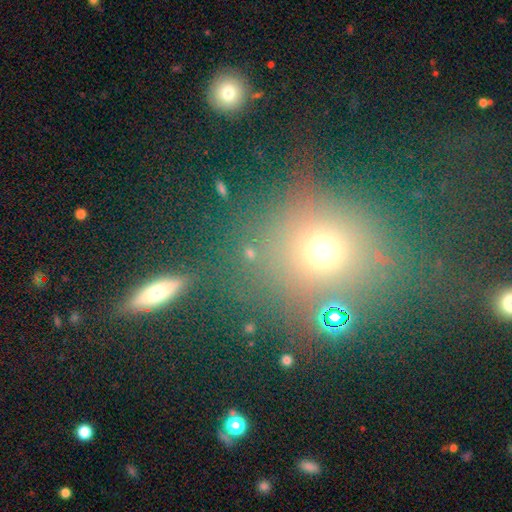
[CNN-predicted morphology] type=smooth (55%); roundness=round (74%); merging=none (75%).